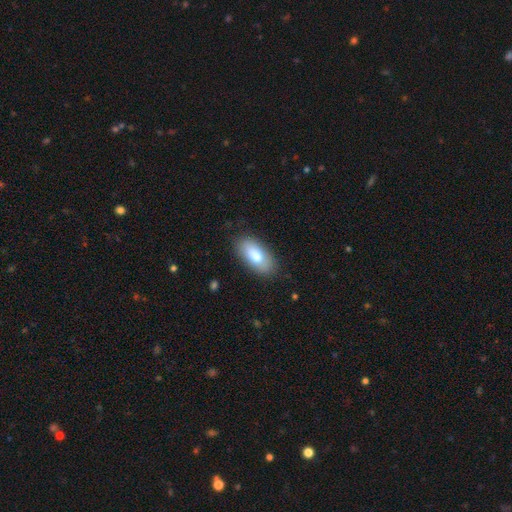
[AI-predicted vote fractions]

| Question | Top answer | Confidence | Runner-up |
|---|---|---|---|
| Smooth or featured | smooth | 79% | featured or disk (15%) |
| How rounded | in between | 90% | cigar-shaped (7%) |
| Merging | none | 83% | minor disturbance (13%) |